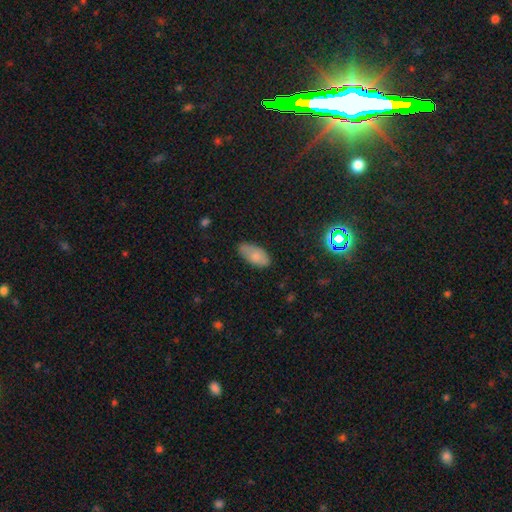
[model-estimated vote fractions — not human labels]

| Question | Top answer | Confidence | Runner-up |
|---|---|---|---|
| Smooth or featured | smooth | 79% | featured or disk (13%) |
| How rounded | in between | 92% | cigar-shaped (5%) |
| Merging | none | 71% | minor disturbance (23%) |